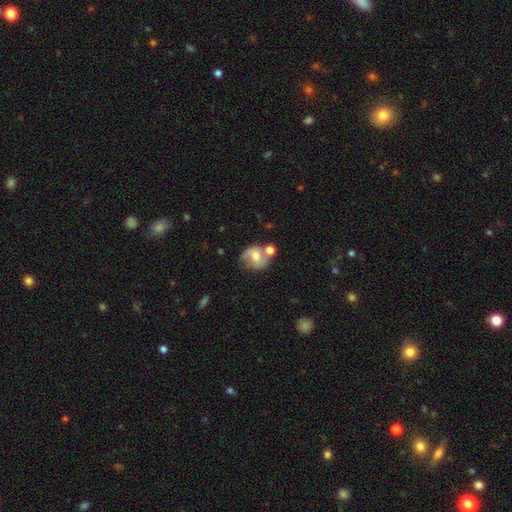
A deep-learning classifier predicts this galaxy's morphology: featured or disk 56%, smooth 36%, star or artifact 8%. Down the decision tree: edge-on disk — no (97%); bar — no (52%); spiral arms — yes (76%); bulge size — moderate (68%); merging — none (45%).